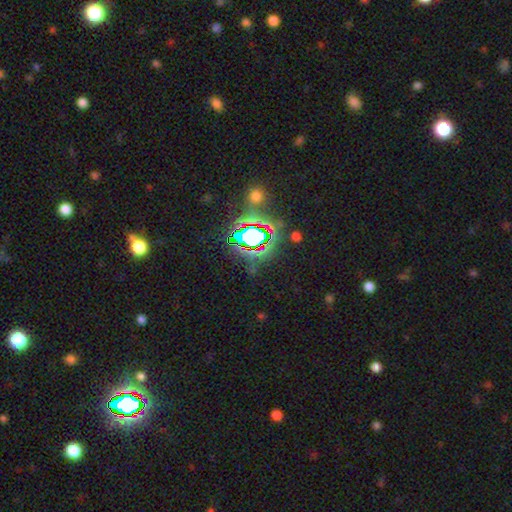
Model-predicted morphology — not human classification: Smooth or featured? star or artifact (81%)